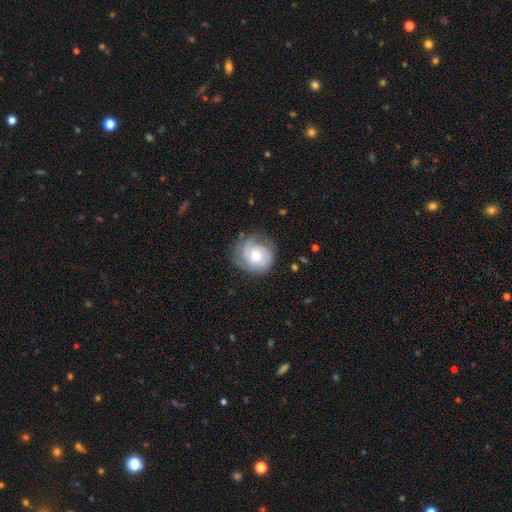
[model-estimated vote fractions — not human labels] This is likely a featured or disk galaxy (72%). It is clearly not viewed edge-on (97%). Bar: likely no (75%). Spiral arm pattern: clearly yes (92%). Spiral arm count: marginally 3 (31%). Spiral winding: likely tight (62%). Central bulge: likely moderate (73%). Merging: likely none (72%).